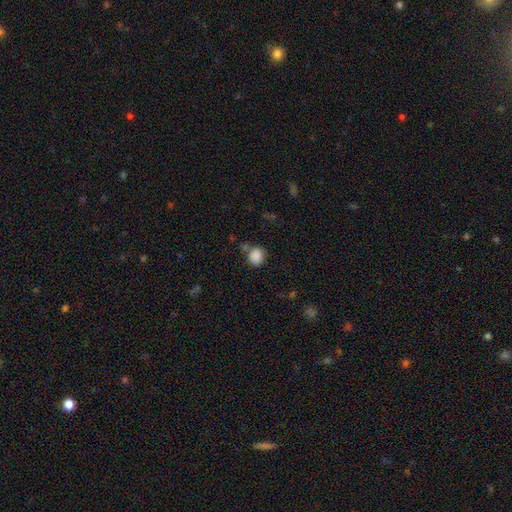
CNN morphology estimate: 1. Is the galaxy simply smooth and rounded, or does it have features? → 87% smooth, 9% star or artifact, 4% featured or disk.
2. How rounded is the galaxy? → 71% round, 28% in between, 1% cigar-shaped.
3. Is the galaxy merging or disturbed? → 69% none, 15% minor disturbance, 10% merger, 5% major disturbance.